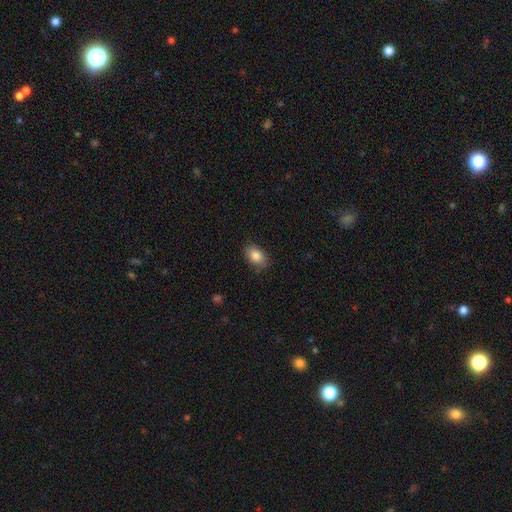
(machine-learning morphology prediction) Q: Smooth or featured?
A: smooth (85%); runner-up: star or artifact (8%)
Q: How rounded?
A: in between (86%); runner-up: round (13%)
Q: Merging?
A: none (84%); runner-up: minor disturbance (12%)